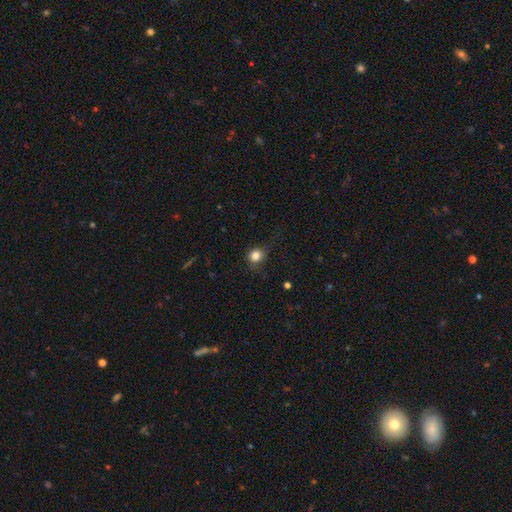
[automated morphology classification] Overall: smooth (82%). How rounded: round (79%). Merging: none (71%).